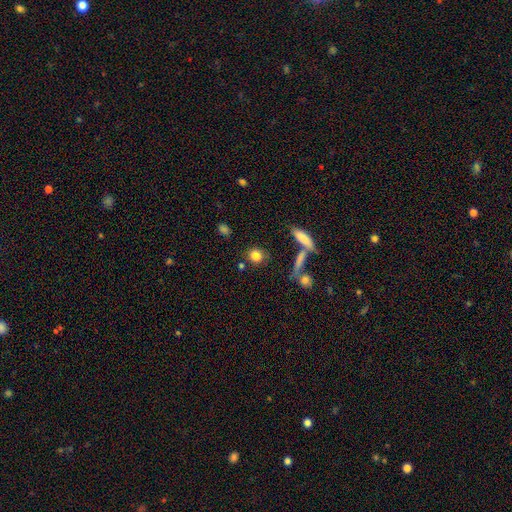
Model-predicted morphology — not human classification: Q: Smooth or featured?
A: smooth (82%); runner-up: star or artifact (10%)
Q: How rounded?
A: round (74%); runner-up: in between (22%)
Q: Merging?
A: none (76%); runner-up: merger (10%)